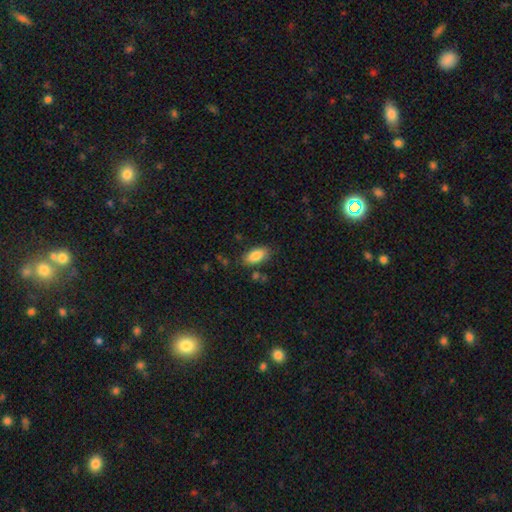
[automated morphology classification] smooth_or_featured: smooth (p=0.86) [alt: featured or disk p=0.07]
how_rounded: in between (p=0.91) [alt: cigar-shaped p=0.07]
merging: none (p=0.80) [alt: minor disturbance p=0.13]